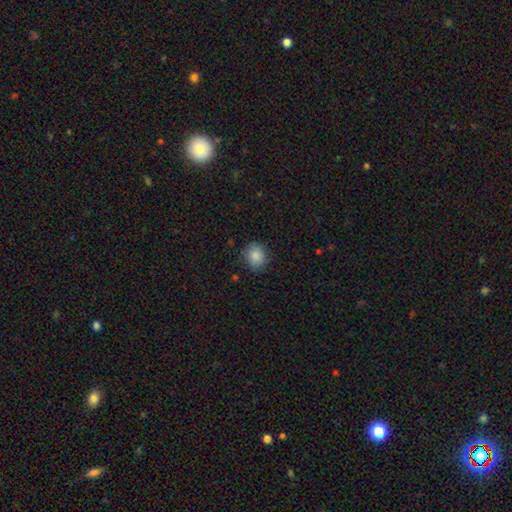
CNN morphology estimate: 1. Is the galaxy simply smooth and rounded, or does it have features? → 85% smooth, 9% star or artifact, 6% featured or disk.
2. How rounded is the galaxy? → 74% round, 25% in between, 1% cigar-shaped.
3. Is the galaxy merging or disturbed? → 81% none, 14% minor disturbance, 3% major disturbance, 1% merger.